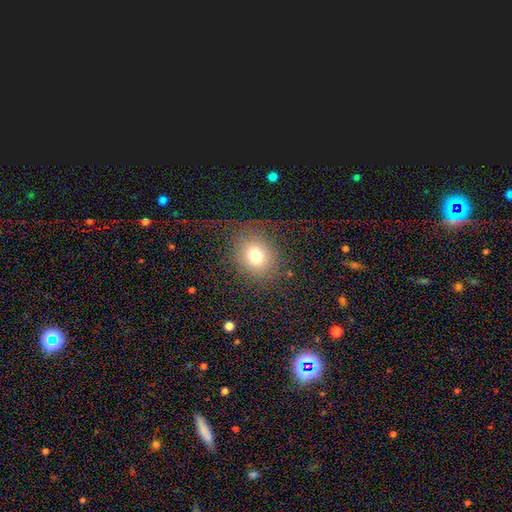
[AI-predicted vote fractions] Smooth or featured?
  - smooth: 70% *
  - featured or disk: 16%
  - star or artifact: 13%
How rounded?
  - round: 63% *
  - in between: 36%
  - cigar-shaped: 1%
Merging?
  - none: 70% *
  - minor disturbance: 14%
  - major disturbance: 14%
  - merger: 2%